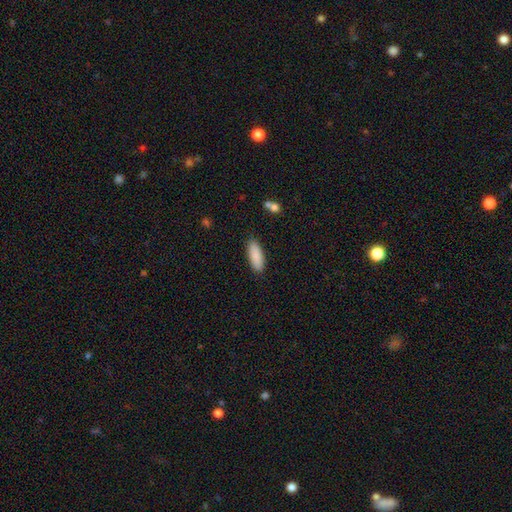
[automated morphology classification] Q: Smooth or featured?
A: smooth (89%); runner-up: star or artifact (6%)
Q: How rounded?
A: in between (72%); runner-up: cigar-shaped (27%)
Q: Merging?
A: none (89%); runner-up: minor disturbance (8%)